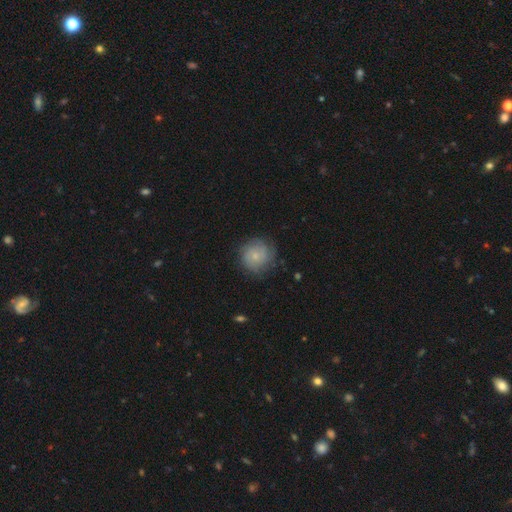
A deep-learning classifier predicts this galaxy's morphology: Smooth or featured?
  - smooth: 51% *
  - featured or disk: 40%
  - star or artifact: 8%
How rounded?
  - round: 91% *
  - in between: 8%
  - cigar-shaped: 1%
Merging?
  - none: 76% *
  - minor disturbance: 17%
  - major disturbance: 6%
  - merger: 1%